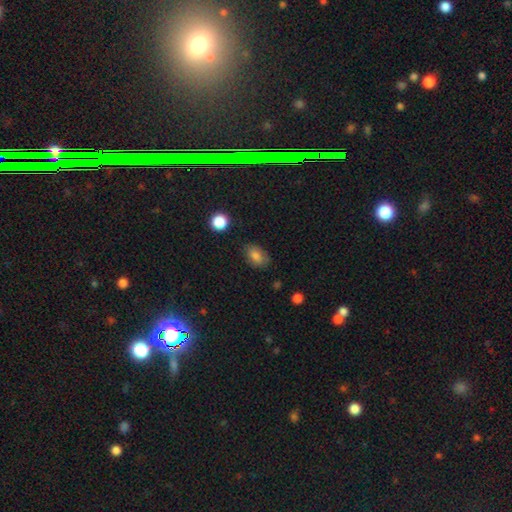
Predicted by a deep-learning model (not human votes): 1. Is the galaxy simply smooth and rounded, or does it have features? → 80% smooth, 10% featured or disk, 10% star or artifact.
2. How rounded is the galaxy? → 84% in between, 15% round, 2% cigar-shaped.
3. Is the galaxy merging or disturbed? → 76% none, 18% minor disturbance, 4% major disturbance, 2% merger.